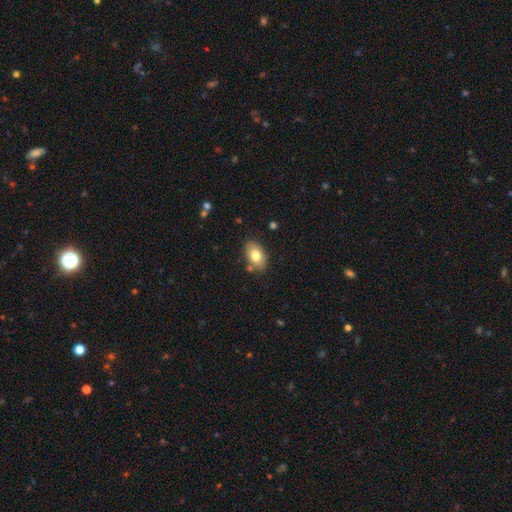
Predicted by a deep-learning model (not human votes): A smooth galaxy with no disk features (78%) that is in between round and cigar-shaped (90%). Merging: none (80%).